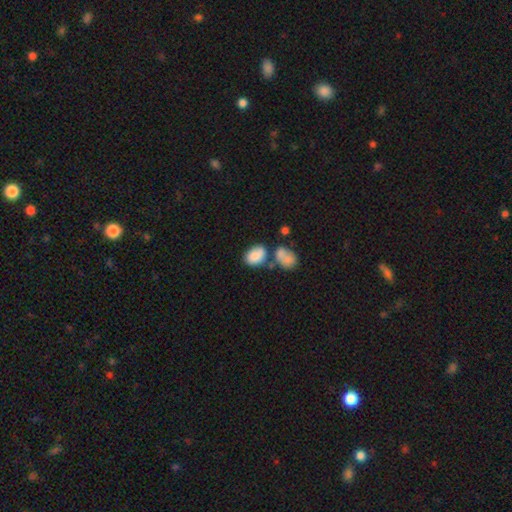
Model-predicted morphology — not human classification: type=smooth (83%); roundness=in between (81%); merging=none (40%).